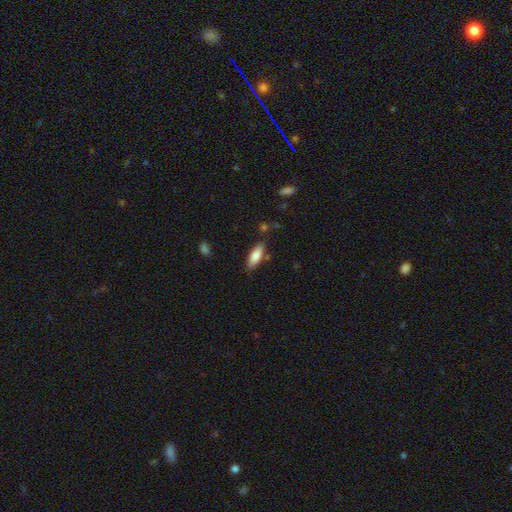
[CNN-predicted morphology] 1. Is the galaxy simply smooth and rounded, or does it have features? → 82% smooth, 12% featured or disk, 6% star or artifact.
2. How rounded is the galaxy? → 68% in between, 31% cigar-shaped, 2% round.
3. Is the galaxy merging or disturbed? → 79% none, 14% minor disturbance, 4% merger, 3% major disturbance.